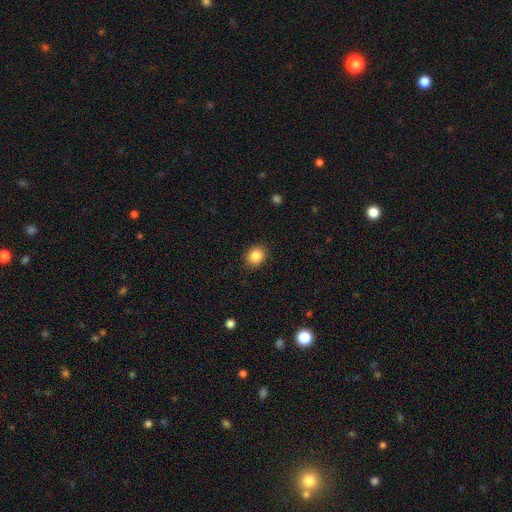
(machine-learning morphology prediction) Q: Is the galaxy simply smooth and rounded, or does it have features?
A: smooth — 86%.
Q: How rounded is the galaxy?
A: round — 62%.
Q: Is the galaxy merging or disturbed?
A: none — 90%.